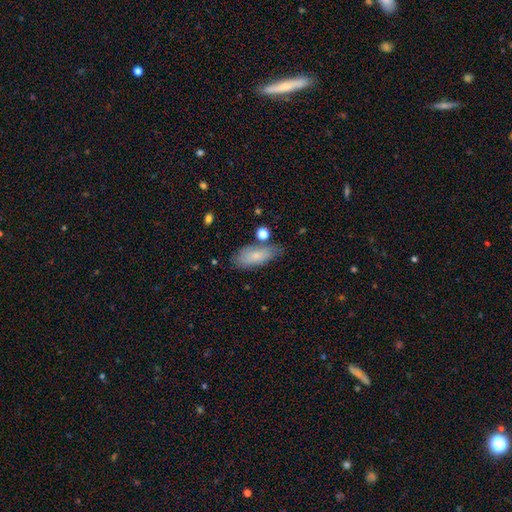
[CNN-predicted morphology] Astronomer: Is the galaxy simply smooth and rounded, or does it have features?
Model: smooth — 77%.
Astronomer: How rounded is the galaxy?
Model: in between — 79%.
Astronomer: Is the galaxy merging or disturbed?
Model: none — 67%.